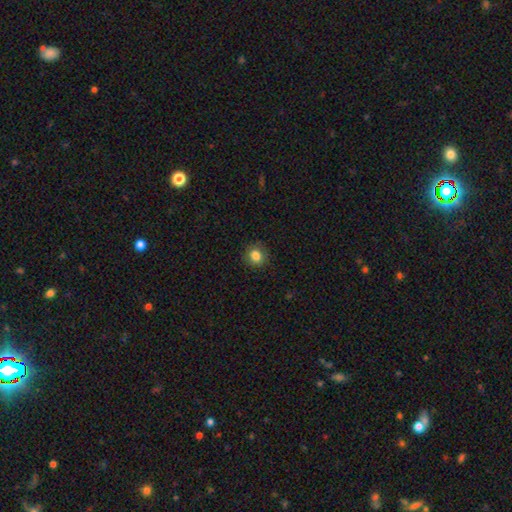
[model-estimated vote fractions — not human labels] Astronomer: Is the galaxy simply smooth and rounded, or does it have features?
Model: smooth — 84%.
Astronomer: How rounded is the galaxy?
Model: round — 80%.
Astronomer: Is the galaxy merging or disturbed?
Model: none — 89%.